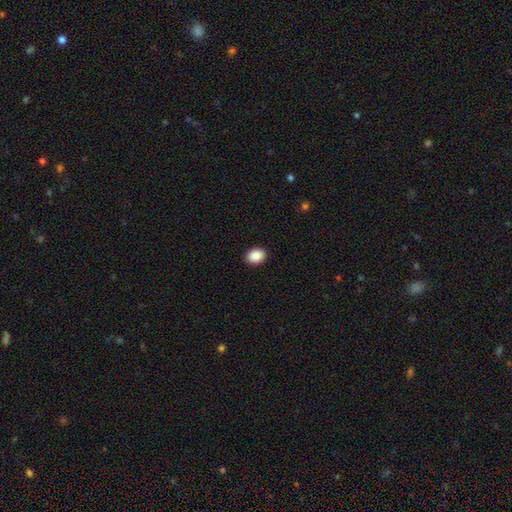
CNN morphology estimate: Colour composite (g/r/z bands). It shows a smooth galaxy with no disk features (89%) that is in between round and cigar-shaped (58%). Merging: none (91%).